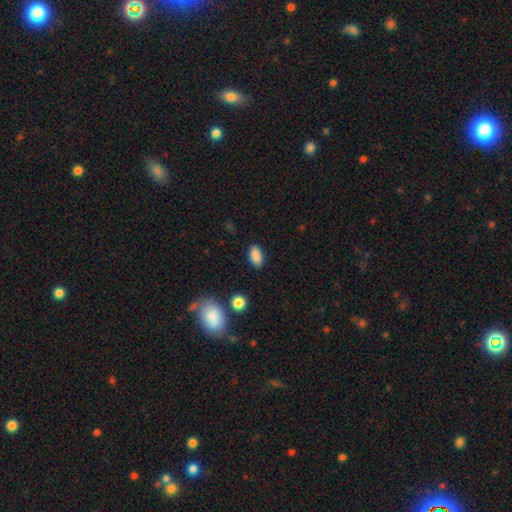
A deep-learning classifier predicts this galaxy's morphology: Smooth or featured? smooth (87%)
How rounded? in between (91%)
Merging? none (86%)